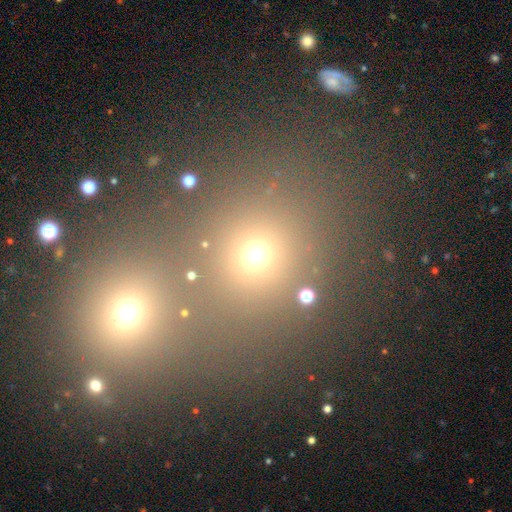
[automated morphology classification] A smooth galaxy with no disk features (64%) that is round (83%).

Vote fractions:
- Smooth or featured? smooth: 64% / star or artifact: 27% / featured or disk: 9%
- How rounded? round: 83% / in between: 15% / cigar-shaped: 1%
- Merging? none: 66% / merger: 21% / minor disturbance: 8% / major disturbance: 5%